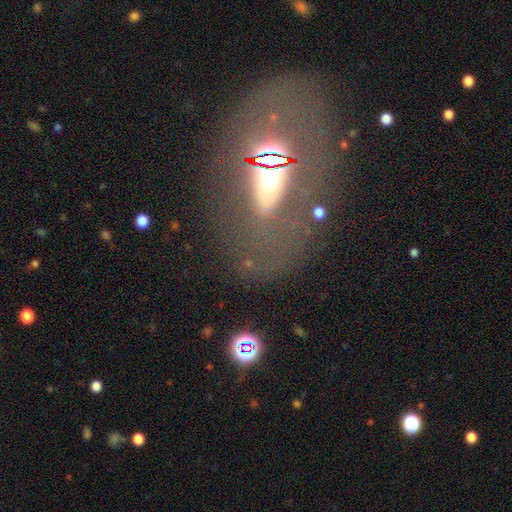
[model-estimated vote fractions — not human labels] Overall: featured or disk (46%; smooth 27%). Merging: none (69%).